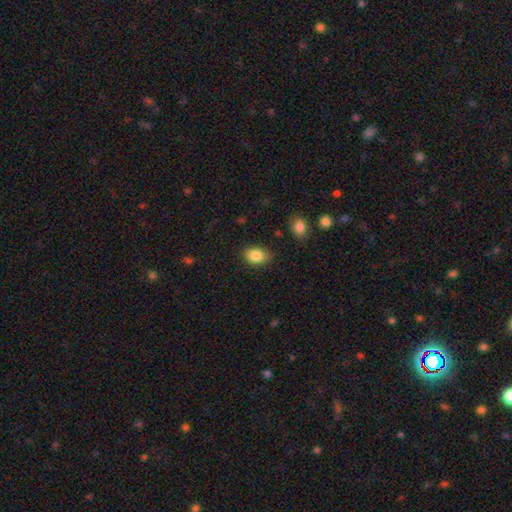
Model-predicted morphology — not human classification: Smooth or featured: smooth — 86% (star or artifact — 8%)
How rounded: in between — 77% (round — 22%)
Merging: none — 82% (minor disturbance — 14%)